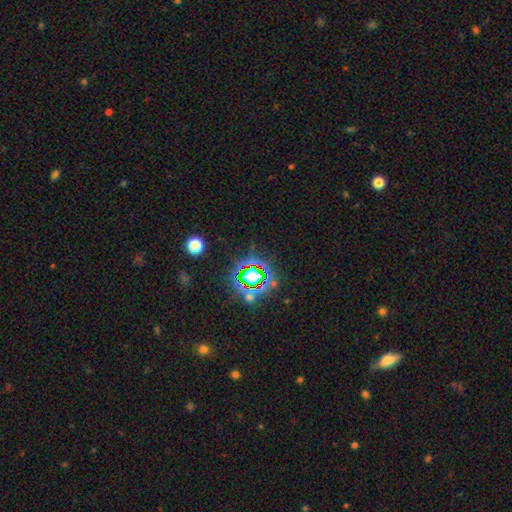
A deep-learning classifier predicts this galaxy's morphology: Smooth or featured?
  - star or artifact: 79% *
  - smooth: 13%
  - featured or disk: 8%